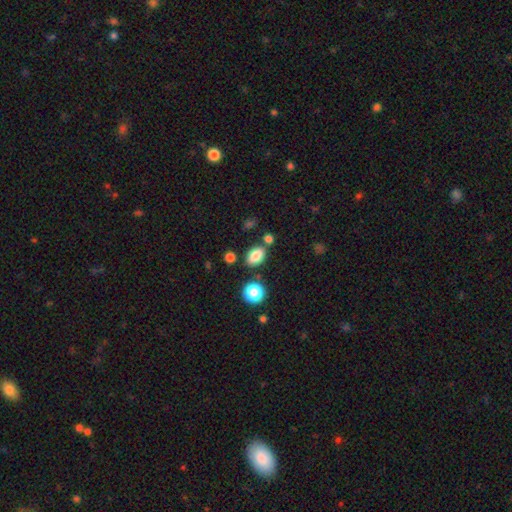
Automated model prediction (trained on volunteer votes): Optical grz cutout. It shows a smooth galaxy with no disk features (83%) that is in between round and cigar-shaped (82%). Merging: none (76%).